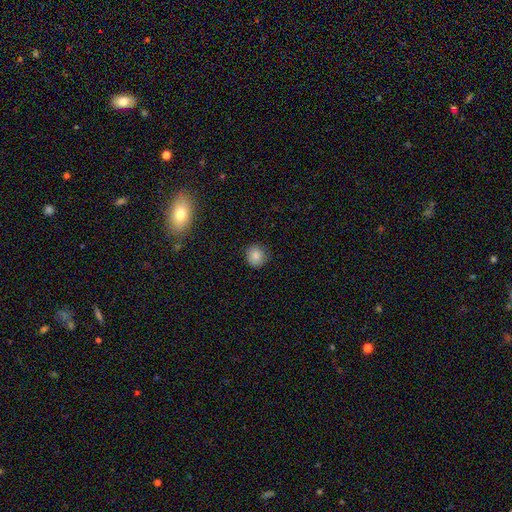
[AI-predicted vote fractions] Q: Smooth or featured?
A: smooth (83%); runner-up: star or artifact (10%)
Q: How rounded?
A: round (91%); runner-up: in between (8%)
Q: Merging?
A: none (87%); runner-up: minor disturbance (10%)